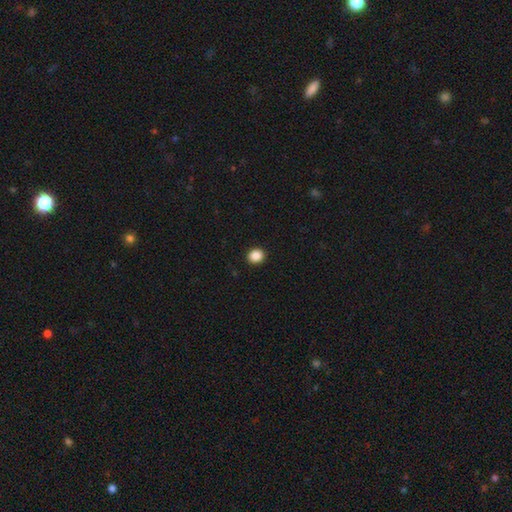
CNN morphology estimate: Smooth or featured? smooth (88%)
How rounded? round (75%)
Merging? none (92%)